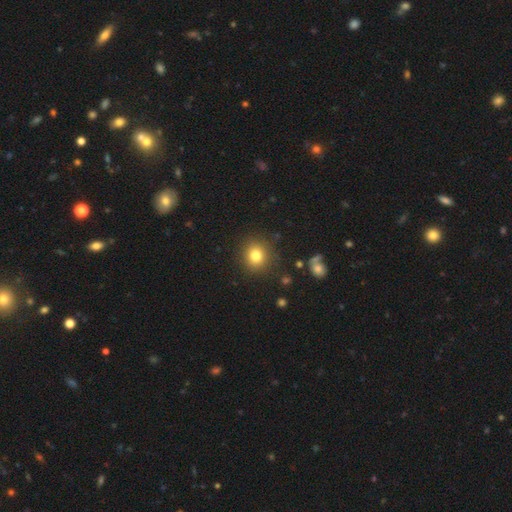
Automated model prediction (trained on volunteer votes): Smooth or featured: smooth — 80% (star or artifact — 12%)
How rounded: round — 85% (in between — 14%)
Merging: none — 88% (minor disturbance — 7%)